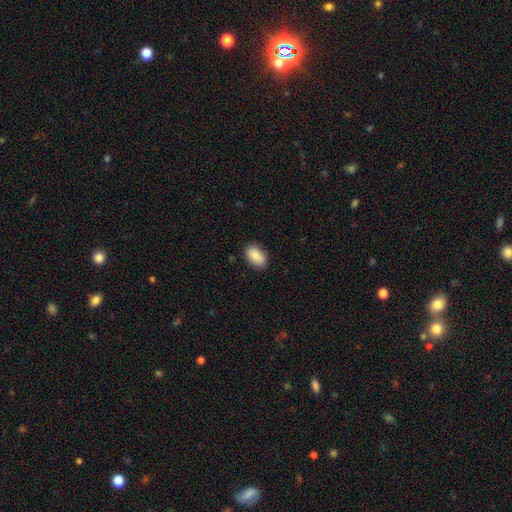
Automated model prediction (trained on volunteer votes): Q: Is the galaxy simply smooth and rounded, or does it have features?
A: smooth — 88%.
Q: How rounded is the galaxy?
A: in between — 91%.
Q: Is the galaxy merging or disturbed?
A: none — 85%.